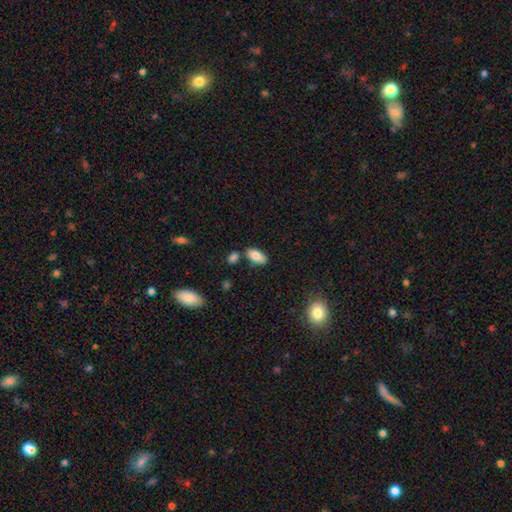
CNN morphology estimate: Q: Smooth or featured?
A: smooth (83%); runner-up: featured or disk (9%)
Q: How rounded?
A: in between (92%); runner-up: cigar-shaped (5%)
Q: Merging?
A: none (74%); runner-up: minor disturbance (14%)